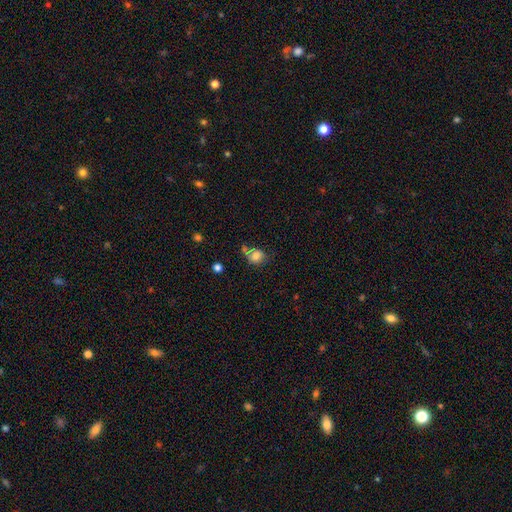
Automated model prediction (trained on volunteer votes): Smooth or featured: smooth — 74% (featured or disk — 15%)
How rounded: round — 55% (in between — 44%)
Merging: none — 35% (merger — 23%)